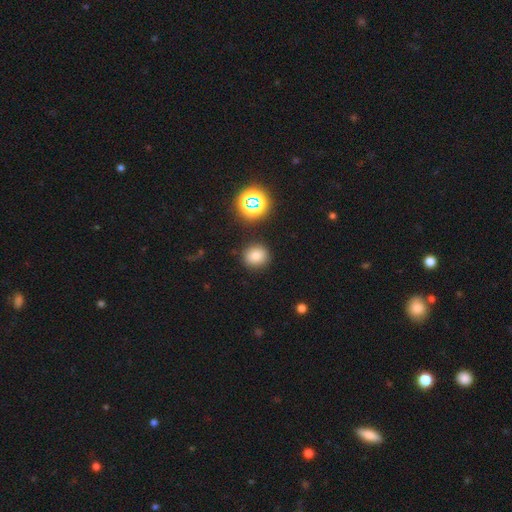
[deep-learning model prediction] smooth_or_featured: smooth (p=0.76) [alt: star or artifact p=0.16]
how_rounded: round (p=0.81) [alt: in between p=0.18]
merging: none (p=0.86) [alt: minor disturbance p=0.08]